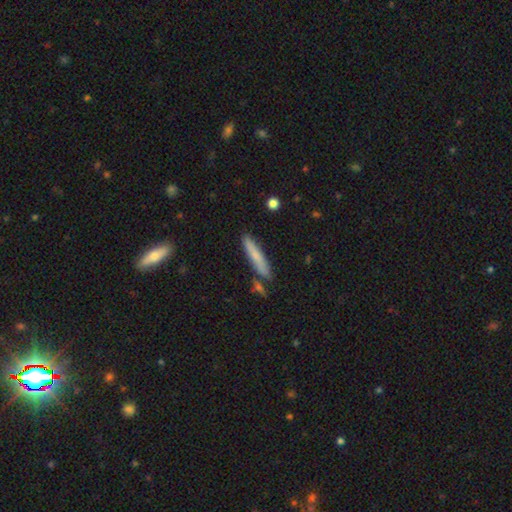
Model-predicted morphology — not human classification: smooth-or-featured: smooth: 71% | featured or disk: 23% | star or artifact: 6%
  how-rounded: cigar-shaped: 91% | in between: 7% | round: 2%
  merging: none: 80% | minor disturbance: 12% | merger: 5% | major disturbance: 2%